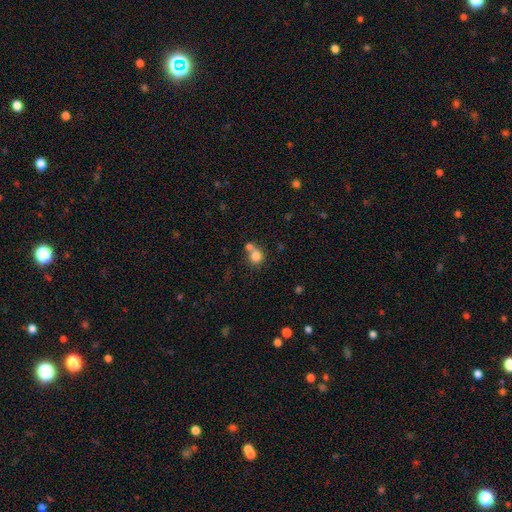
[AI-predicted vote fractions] Smooth or featured? smooth (80%)
How rounded? round (79%)
Merging? none (46%)